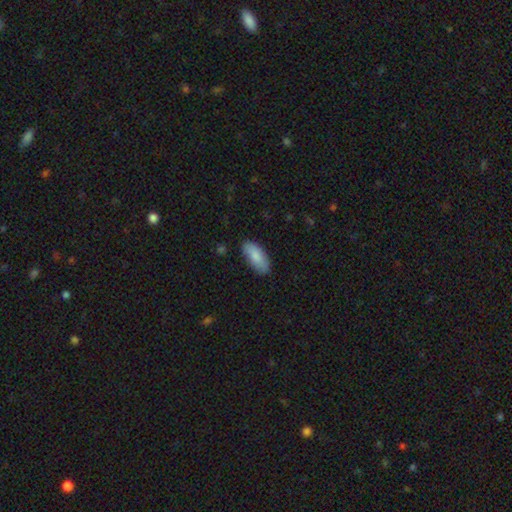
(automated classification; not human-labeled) Smooth or featured? smooth (85%)
How rounded? in between (87%)
Merging? none (82%)